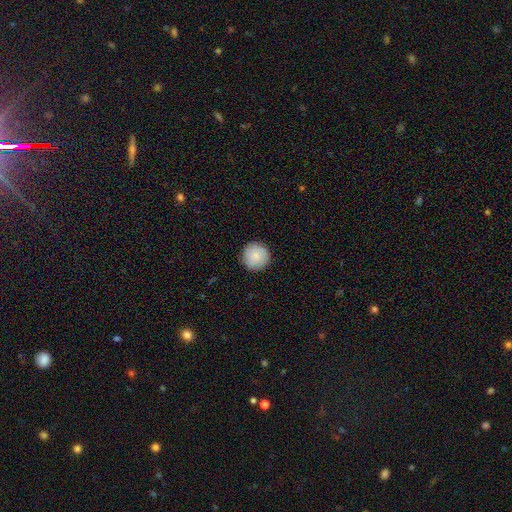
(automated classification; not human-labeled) smooth_or_featured: smooth (p=0.83) [alt: featured or disk p=0.11]
how_rounded: round (p=0.96) [alt: in between p=0.03]
merging: none (p=0.90) [alt: minor disturbance p=0.07]